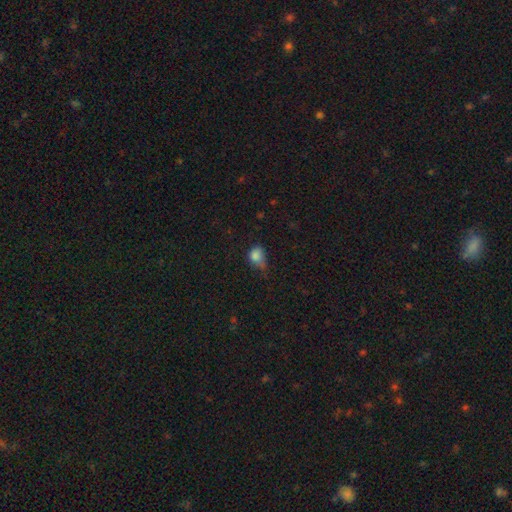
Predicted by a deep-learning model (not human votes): smooth 80%, star or artifact 12%, featured or disk 8%. Down the decision tree: how rounded — in between (55%); merging — minor disturbance (43%).